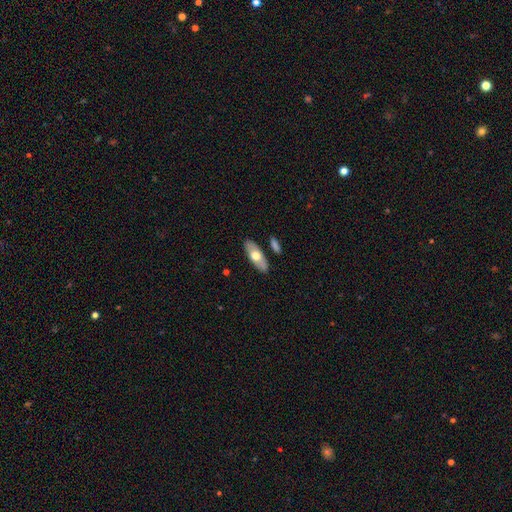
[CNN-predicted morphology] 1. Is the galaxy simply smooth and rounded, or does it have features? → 58% smooth, 37% featured or disk, 5% star or artifact.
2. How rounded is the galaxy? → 81% in between, 17% cigar-shaped, 3% round.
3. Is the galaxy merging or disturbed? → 84% none, 10% minor disturbance, 4% merger, 2% major disturbance.